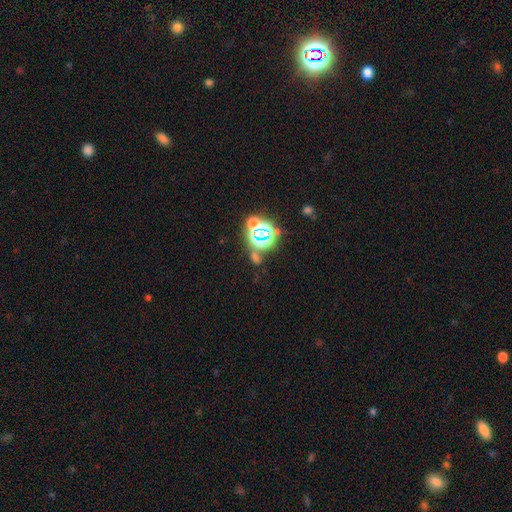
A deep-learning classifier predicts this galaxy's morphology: A star or artifact, not a galaxy (75%).

Vote fractions:
- Smooth or featured? star or artifact: 75% / smooth: 15% / featured or disk: 10%